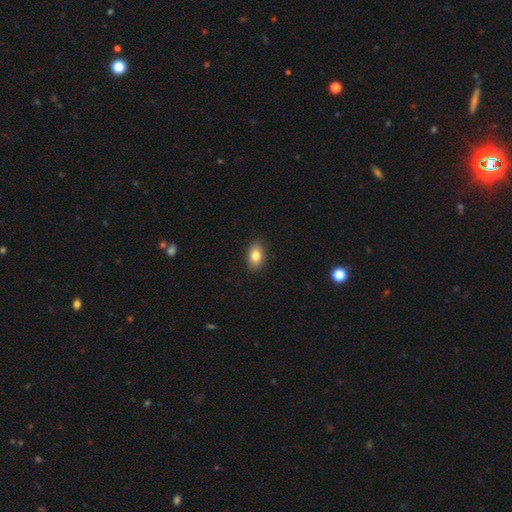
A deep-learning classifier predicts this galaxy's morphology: smooth 82%, featured or disk 10%, star or artifact 8%. Down the decision tree: how rounded — in between (85%); merging — none (87%).